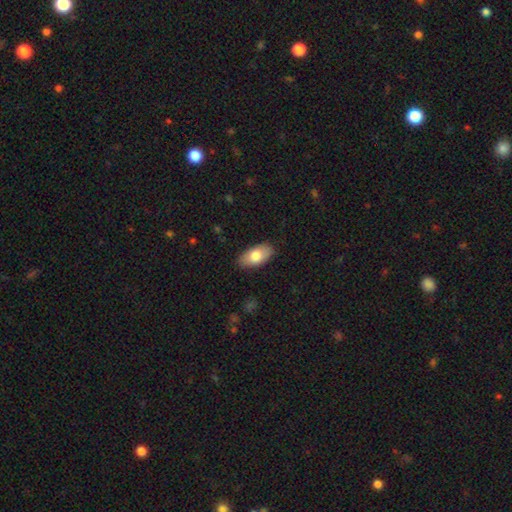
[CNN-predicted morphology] This appears to be a smooth galaxy with no disk features (78%) that is in between round and cigar-shaped (93%). Merging: none (86%).